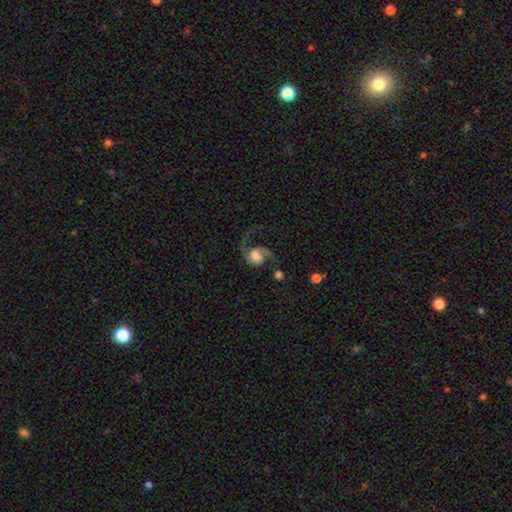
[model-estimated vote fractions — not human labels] smooth_or_featured: featured or disk (p=0.81) [alt: smooth p=0.12]
disk_edge_on: no (p=0.98) [alt: yes p=0.02]
bar: no (p=0.57) [alt: weak p=0.34]
has_spiral_arms: yes (p=0.96) [alt: no p=0.04]
spiral_winding: loose (p=0.58) [alt: medium p=0.34]
spiral_arm_count: 2 (p=0.82) [alt: 1 p=0.12]
bulge_size: large (p=0.38) [alt: moderate p=0.22]
merging: none (p=0.49) [alt: major disturbance p=0.27]